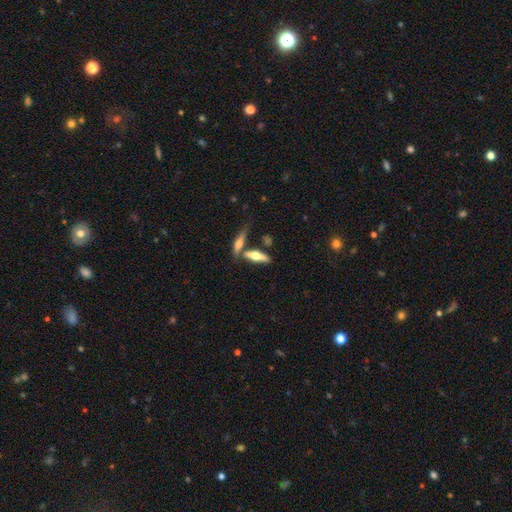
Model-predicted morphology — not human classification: Overall: featured or disk (49%; smooth 45%). Merging: none (60%; merger 25%).